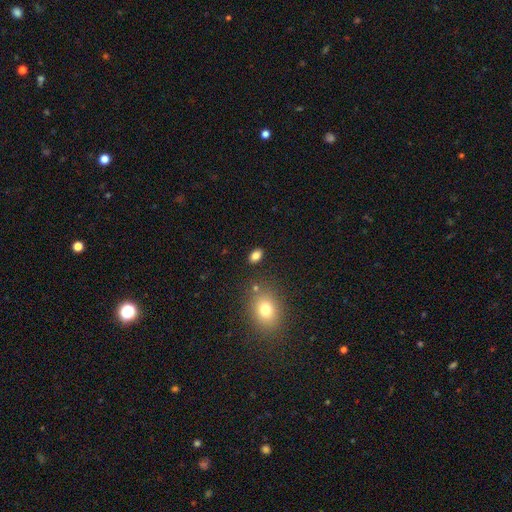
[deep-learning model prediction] The model was most divided on "how rounded": in between: 84%, round: 14%, cigar-shaped: 2%. More confident: merging — none (84%); smooth or featured — smooth (83%).